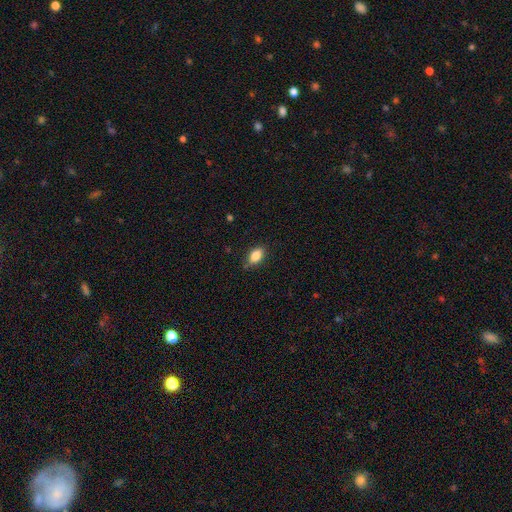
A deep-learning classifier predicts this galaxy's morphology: The model was most divided on "merging": none: 80%, minor disturbance: 15%, major disturbance: 3%, merger: 2%. More confident: how rounded — in between (89%); smooth or featured — smooth (86%).